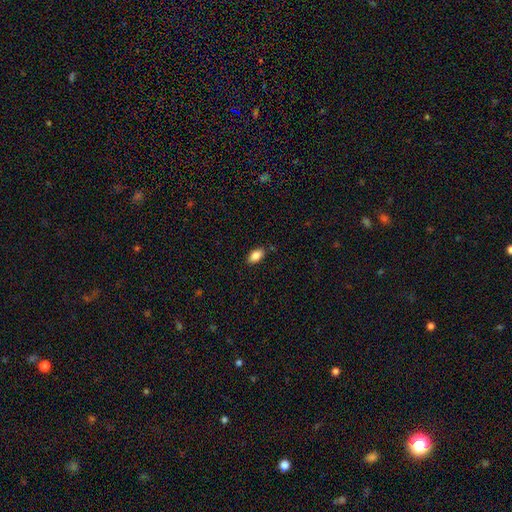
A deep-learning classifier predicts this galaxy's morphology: A smooth galaxy with no disk features (85%) that is in between round and cigar-shaped (92%).

Vote fractions:
- Smooth or featured? smooth: 85% / star or artifact: 8% / featured or disk: 7%
- How rounded? in between: 92% / cigar-shaped: 4% / round: 4%
- Merging? none: 86% / minor disturbance: 10% / major disturbance: 2% / merger: 2%